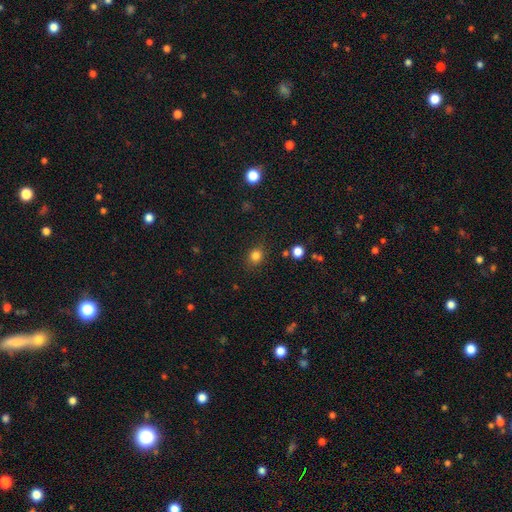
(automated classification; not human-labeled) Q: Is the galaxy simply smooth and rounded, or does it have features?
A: smooth — 81%.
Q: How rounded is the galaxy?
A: round — 72%.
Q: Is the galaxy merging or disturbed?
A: none — 83%.